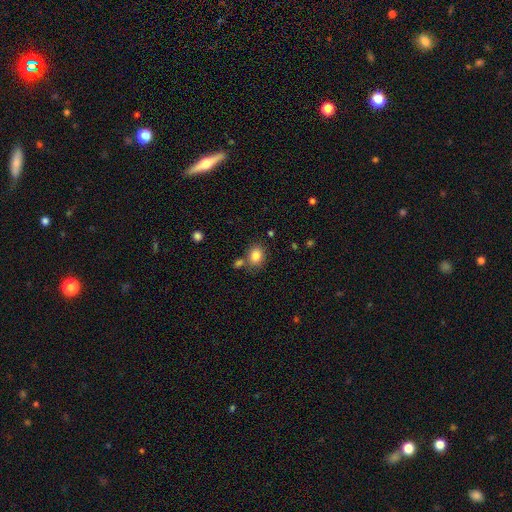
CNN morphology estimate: smooth_or_featured: smooth (p=0.84) [alt: star or artifact p=0.10]
how_rounded: in between (p=0.54) [alt: round p=0.45]
merging: none (p=0.69) [alt: merger p=0.14]